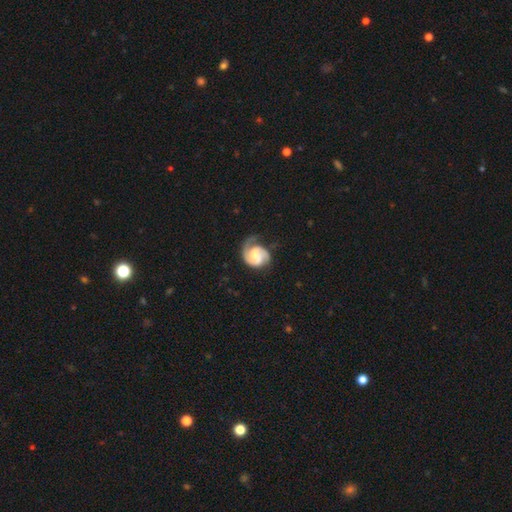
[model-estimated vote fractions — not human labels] Q: Smooth or featured?
A: featured or disk (82%); runner-up: smooth (13%)
Q: Edge-on disk?
A: no (98%); runner-up: yes (2%)
Q: Bar?
A: no (47%); runner-up: weak (41%)
Q: Spiral arms?
A: yes (97%); runner-up: no (3%)
Q: Spiral winding?
A: tight (46%); runner-up: medium (41%)
Q: Spiral arm count?
A: 2 (71%); runner-up: 1 (16%)
Q: Bulge size?
A: moderate (35%); runner-up: small (31%)
Q: Merging?
A: none (55%); runner-up: minor disturbance (25%)